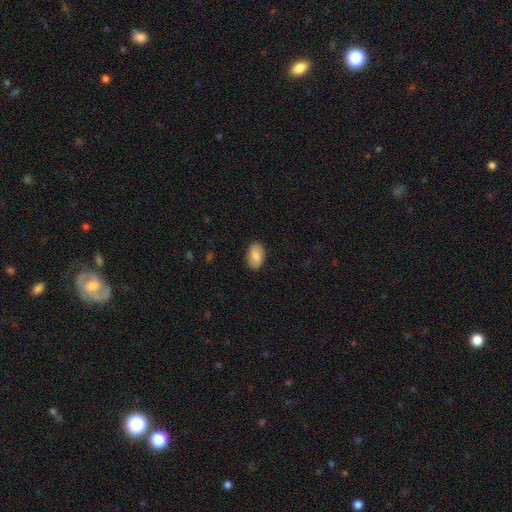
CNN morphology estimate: A smooth galaxy with no disk features (82%) that is in between round and cigar-shaped (92%).

Vote fractions:
- Smooth or featured? smooth: 82% / featured or disk: 11% / star or artifact: 7%
- How rounded? in between: 92% / round: 7% / cigar-shaped: 1%
- Merging? none: 87% / minor disturbance: 10% / major disturbance: 2% / merger: 1%